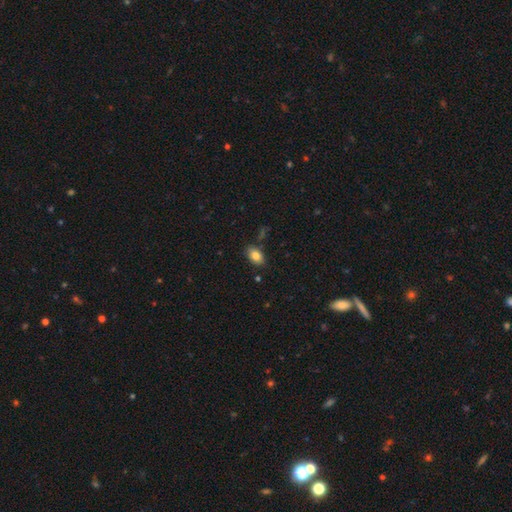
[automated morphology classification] smooth-or-featured: smooth: 82% | featured or disk: 9% | star or artifact: 8%
  how-rounded: in between: 88% | round: 10% | cigar-shaped: 2%
  merging: none: 82% | minor disturbance: 12% | merger: 3% | major disturbance: 3%